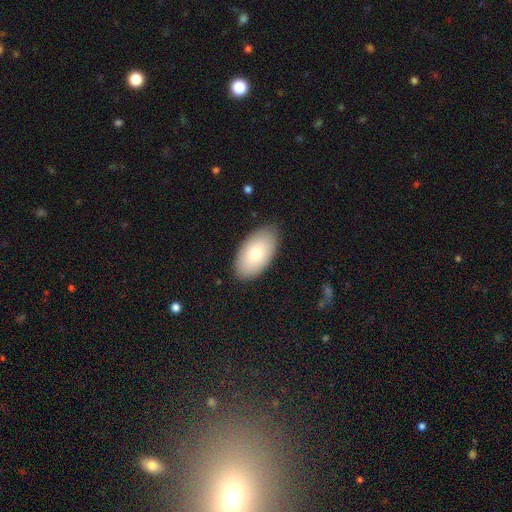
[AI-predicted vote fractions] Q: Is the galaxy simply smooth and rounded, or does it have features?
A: smooth — 79%.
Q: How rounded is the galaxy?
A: in between — 96%.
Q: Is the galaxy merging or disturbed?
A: none — 85%.